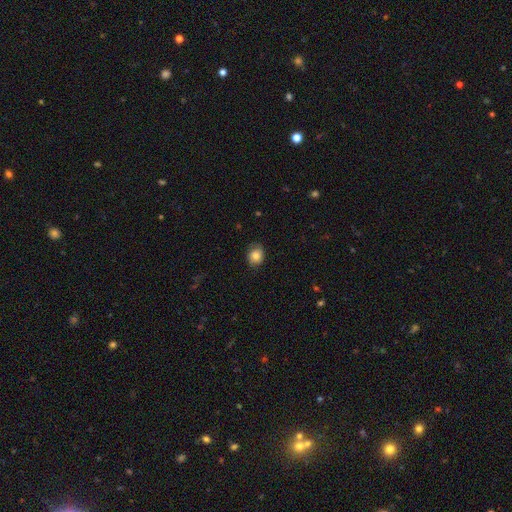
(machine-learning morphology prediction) Smooth or featured? smooth (81%)
How rounded? round (58%)
Merging? none (78%)